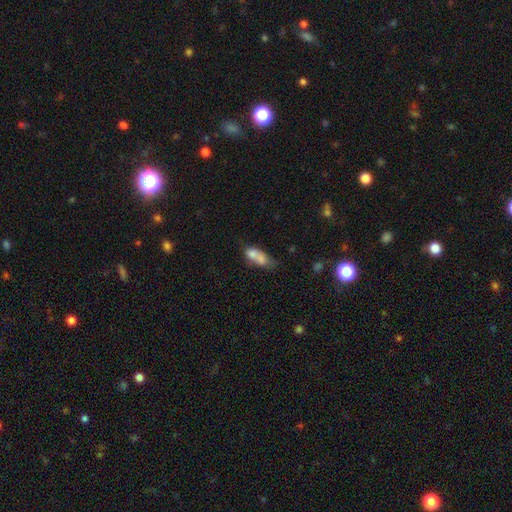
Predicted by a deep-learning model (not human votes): Smooth or featured? Predicted: smooth (p=0.68). How rounded? Predicted: in between (p=0.75). Merging? Predicted: merger (p=0.50).